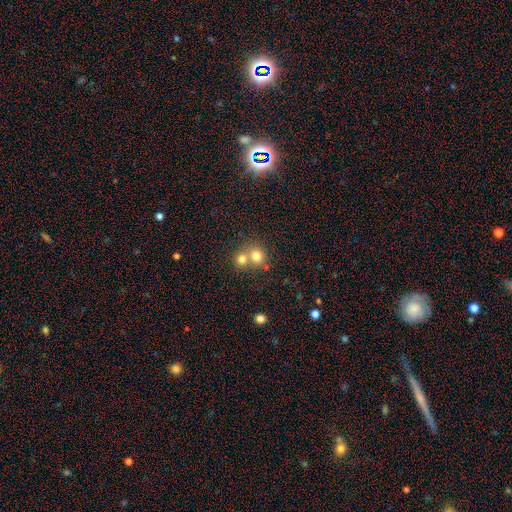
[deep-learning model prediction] Q: Smooth or featured?
A: smooth (75%); runner-up: featured or disk (13%)
Q: How rounded?
A: round (82%); runner-up: in between (17%)
Q: Merging?
A: merger (56%); runner-up: none (36%)